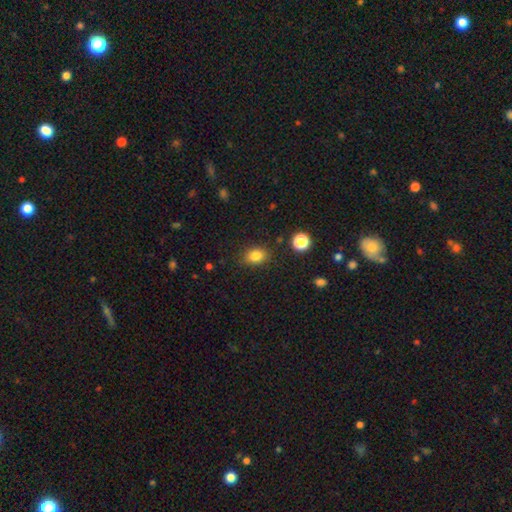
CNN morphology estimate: Q: Smooth or featured?
A: smooth (82%); runner-up: star or artifact (12%)
Q: How rounded?
A: in between (57%); runner-up: round (42%)
Q: Merging?
A: none (84%); runner-up: minor disturbance (11%)